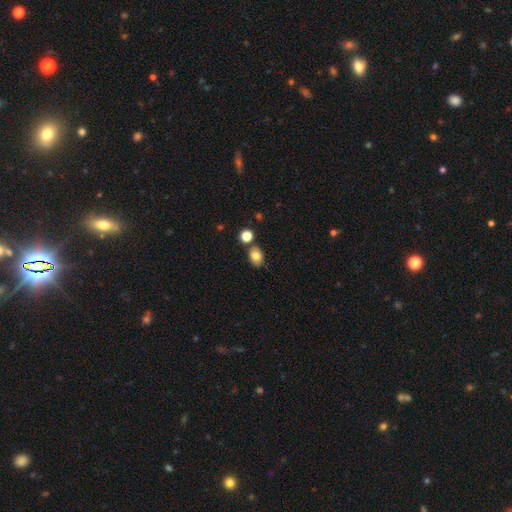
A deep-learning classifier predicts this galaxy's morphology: Smooth or featured: smooth — 81% (star or artifact — 11%)
How rounded: in between — 65% (round — 34%)
Merging: none — 73% (minor disturbance — 13%)